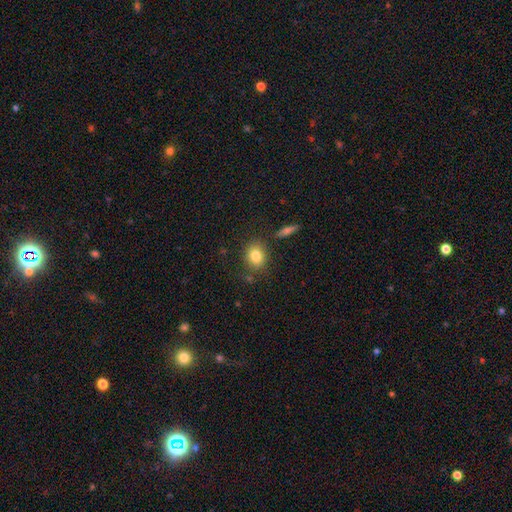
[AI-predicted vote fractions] Smooth or featured? Predicted: smooth (p=0.81). How rounded? Predicted: round (p=0.56). Merging? Predicted: none (p=0.80).